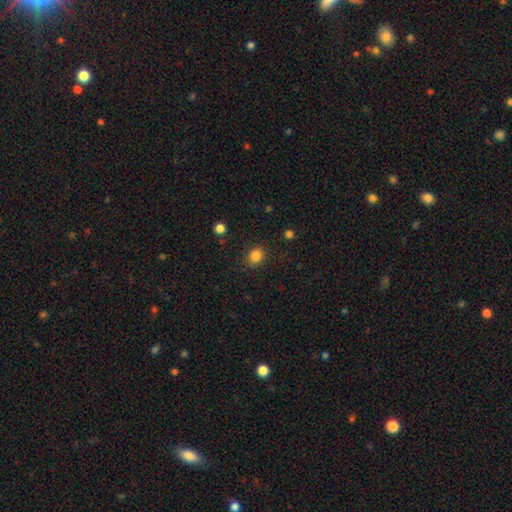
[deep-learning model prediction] smooth-or-featured: smooth: 84% | star or artifact: 12% | featured or disk: 4%
  how-rounded: round: 60% | in between: 39% | cigar-shaped: 1%
  merging: none: 85% | minor disturbance: 10% | major disturbance: 3% | merger: 1%